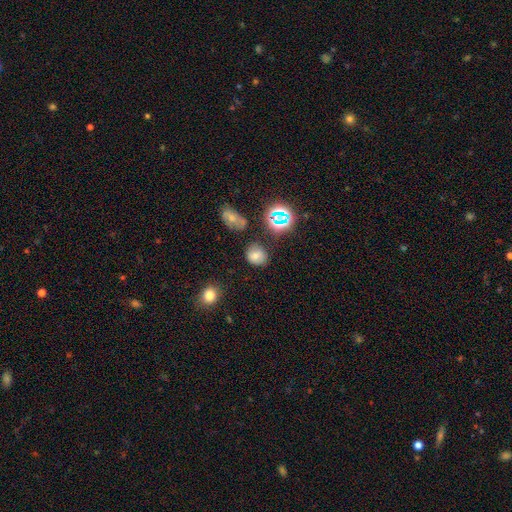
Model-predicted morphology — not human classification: This is likely a smooth galaxy (69%). How rounded: likely round (65%). Merging: likely none (76%).